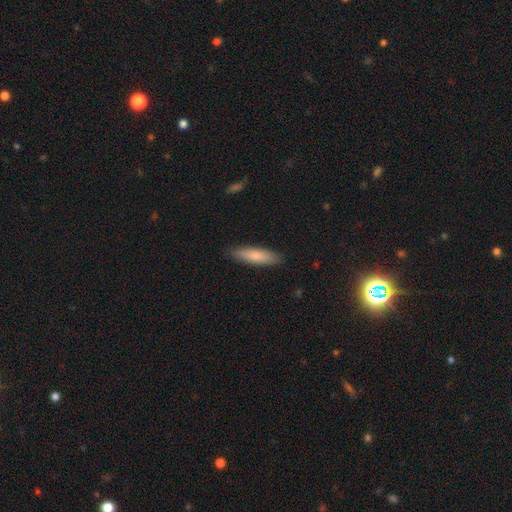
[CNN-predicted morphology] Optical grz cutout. It shows a smooth galaxy with no disk features (78%) that is cigar-shaped (69%). Merging: none (88%).